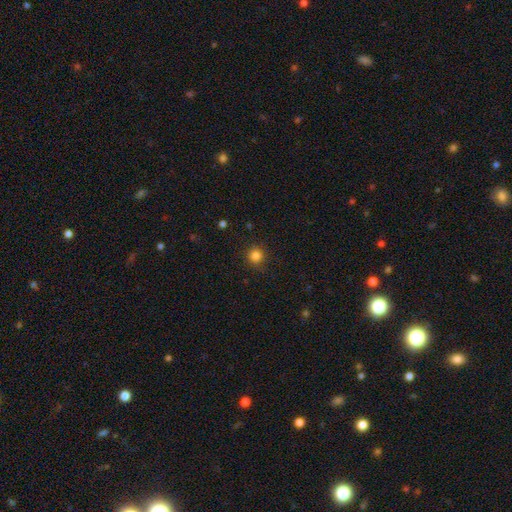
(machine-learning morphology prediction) This is clearly a smooth galaxy (83%). How rounded: clearly round (93%). Merging: clearly none (89%).